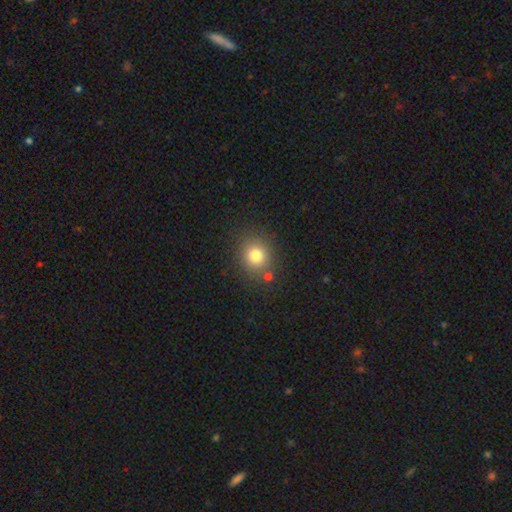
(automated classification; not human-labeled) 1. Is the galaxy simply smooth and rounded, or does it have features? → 78% smooth, 14% star or artifact, 8% featured or disk.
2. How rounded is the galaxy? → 82% round, 17% in between, 1% cigar-shaped.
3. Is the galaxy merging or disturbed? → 81% none, 9% minor disturbance, 6% merger, 3% major disturbance.